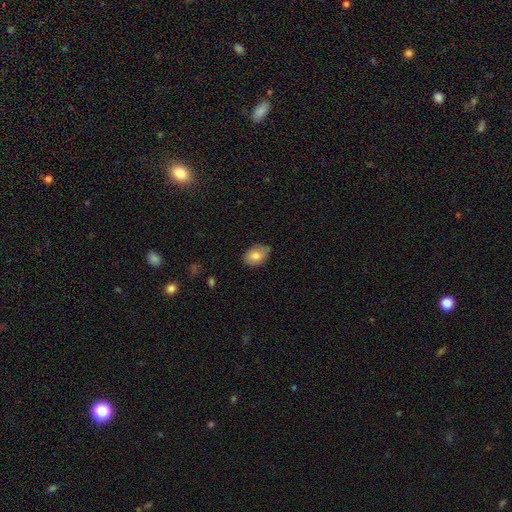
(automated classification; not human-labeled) A smooth galaxy with no disk features (79%) that is in between round and cigar-shaped (81%).

Vote fractions:
- Smooth or featured? smooth: 79% / featured or disk: 13% / star or artifact: 7%
- How rounded? in between: 81% / round: 18% / cigar-shaped: 1%
- Merging? none: 77% / minor disturbance: 19% / major disturbance: 3% / merger: 1%